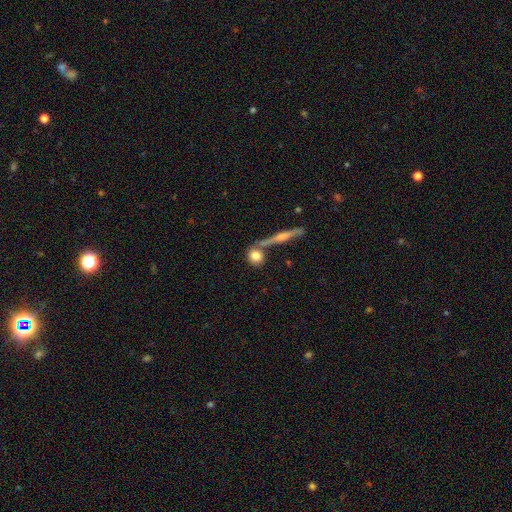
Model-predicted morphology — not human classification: This appears to be a smooth galaxy with no disk features (76%) that is round (74%). Merging: none (64%).